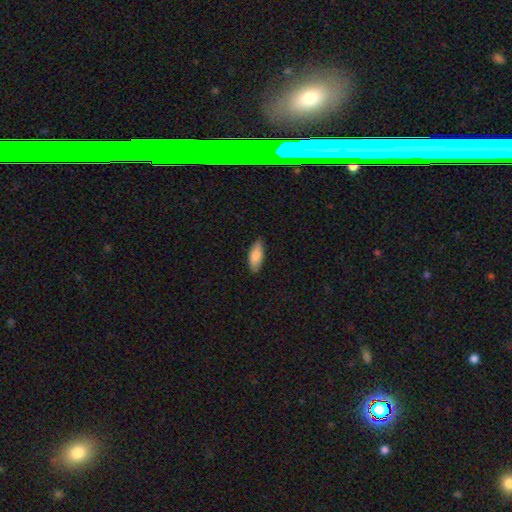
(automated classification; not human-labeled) Overall: smooth (86%). How rounded: in between (80%). Merging: none (84%).